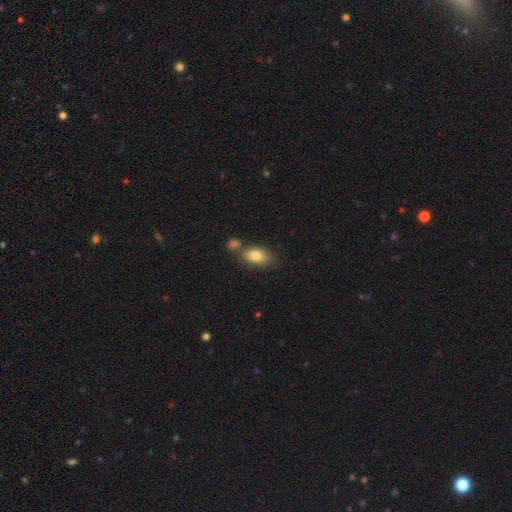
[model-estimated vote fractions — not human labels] Q: Smooth or featured?
A: smooth (79%); runner-up: featured or disk (12%)
Q: How rounded?
A: in between (86%); runner-up: round (11%)
Q: Merging?
A: none (58%); runner-up: merger (24%)